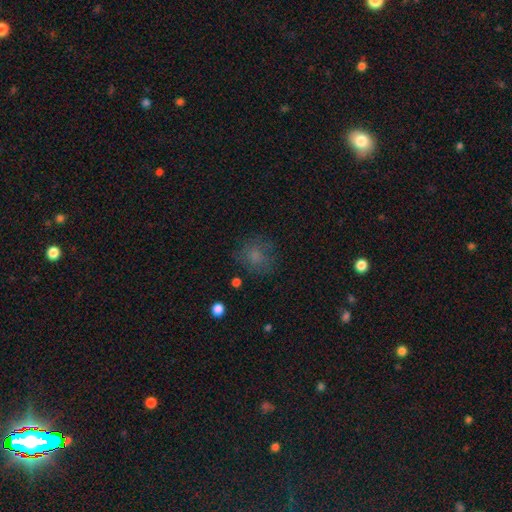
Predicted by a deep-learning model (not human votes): smooth 71%, star or artifact 15%, featured or disk 14%. Down the decision tree: how rounded — round (76%); merging — none (70%).